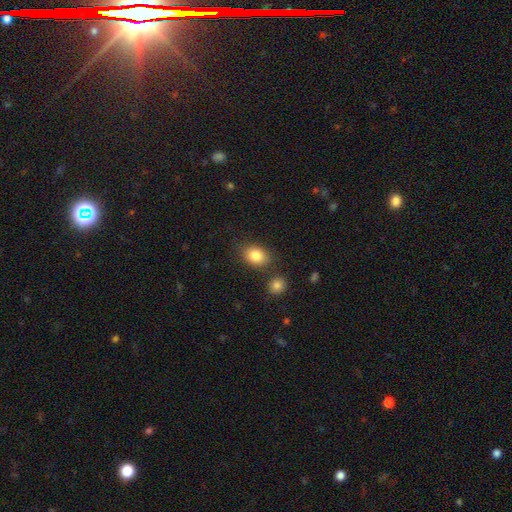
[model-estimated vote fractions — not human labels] Smooth or featured? Predicted: smooth (p=0.84). How rounded? Predicted: in between (p=0.66). Merging? Predicted: none (p=0.77).